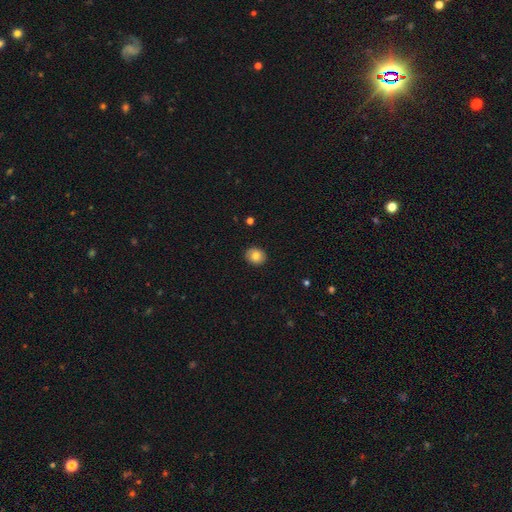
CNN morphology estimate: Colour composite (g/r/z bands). It shows a smooth galaxy with no disk features (81%) that is round (69%). Merging: none (90%).